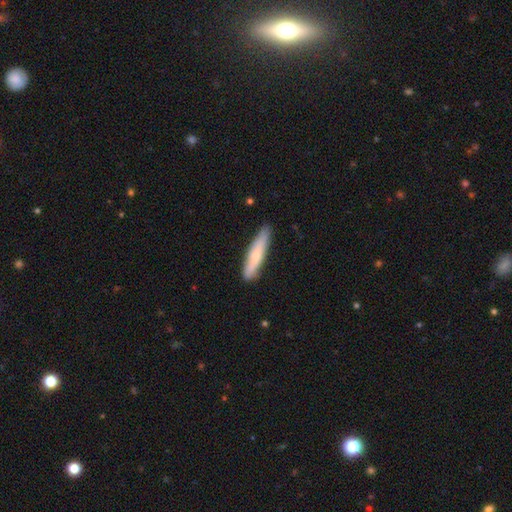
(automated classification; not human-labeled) Smooth or featured? Predicted: smooth (p=0.67). How rounded? Predicted: cigar-shaped (p=0.86). Merging? Predicted: none (p=0.86).